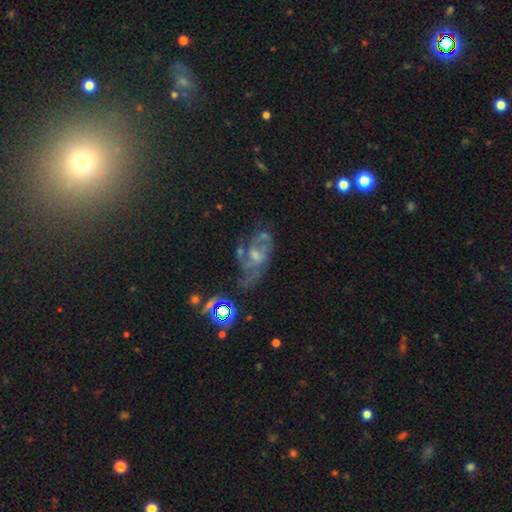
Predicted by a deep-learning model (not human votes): A featured or disk galaxy (63%) with no bar (63%), spiral arms (70%) and a small central bulge (45%). Merging: none (45%).